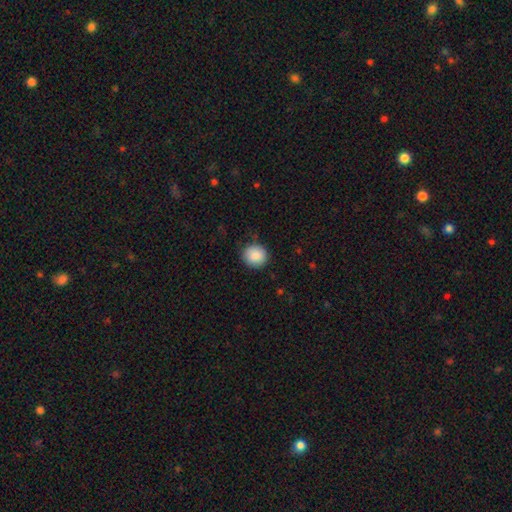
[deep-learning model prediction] smooth_or_featured: smooth (p=0.88) [alt: star or artifact p=0.08]
how_rounded: round (p=0.88) [alt: in between p=0.11]
merging: none (p=0.87) [alt: minor disturbance p=0.09]